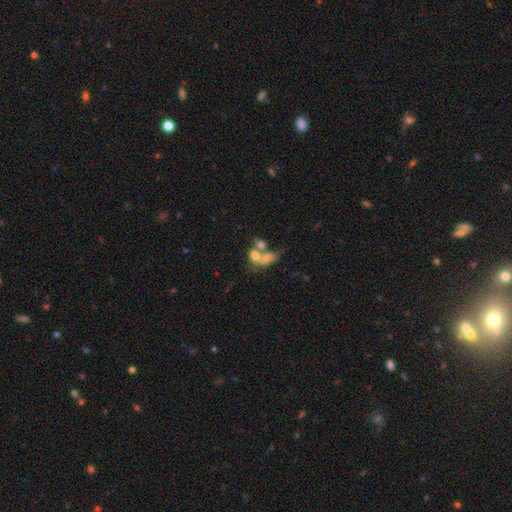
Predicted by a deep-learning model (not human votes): This appears to be a smooth galaxy with no disk features (61%) that is in between round and cigar-shaped (64%). Merging: merger (60%).